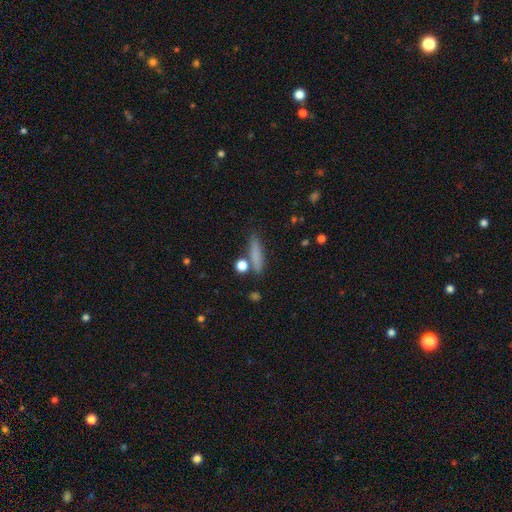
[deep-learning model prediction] Smooth or featured?
  - smooth: 77% *
  - featured or disk: 14%
  - star or artifact: 9%
How rounded?
  - cigar-shaped: 79% *
  - in between: 16%
  - round: 5%
Merging?
  - none: 78% *
  - minor disturbance: 11%
  - merger: 7%
  - major disturbance: 3%